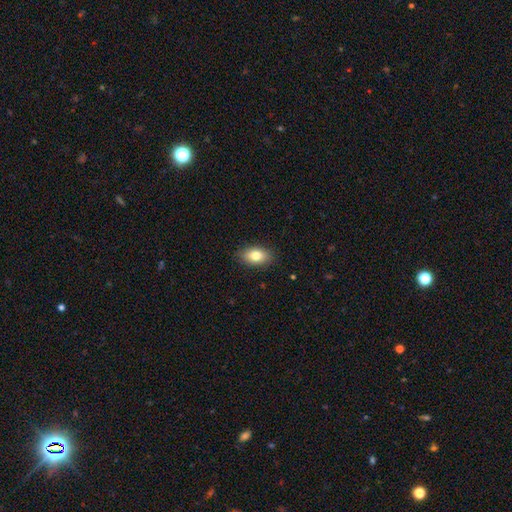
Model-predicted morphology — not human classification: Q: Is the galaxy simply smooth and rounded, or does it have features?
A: smooth — 81%.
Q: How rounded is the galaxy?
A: in between — 89%.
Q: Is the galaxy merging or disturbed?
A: none — 88%.